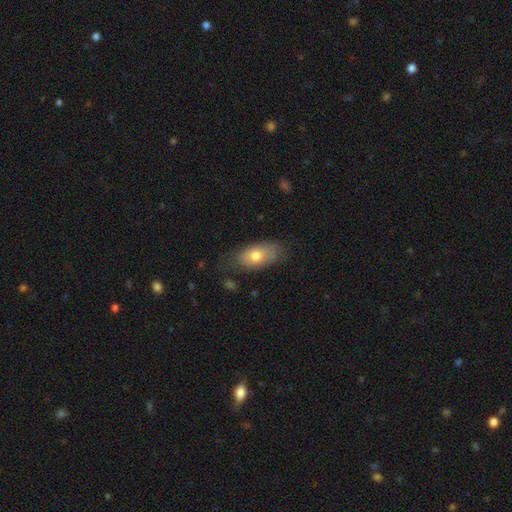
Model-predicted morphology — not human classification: smooth 73%, featured or disk 20%, star or artifact 7%. Down the decision tree: how rounded — in between (90%); merging — none (65%).